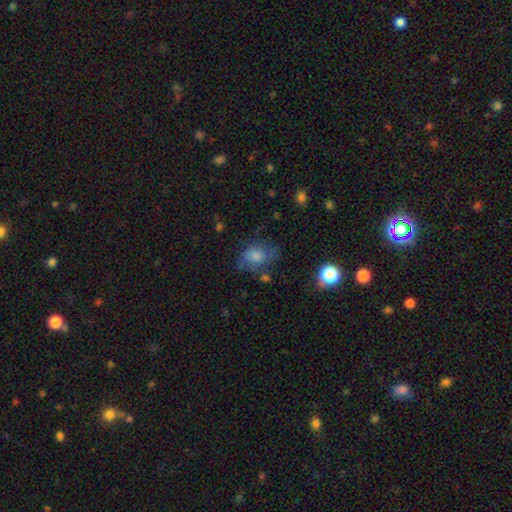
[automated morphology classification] Overall: smooth (67%). How rounded: in between (60%; round 39%). Merging: none (60%; minor disturbance 24%).